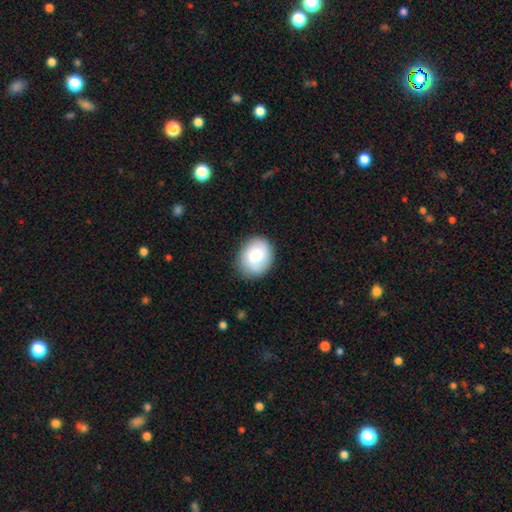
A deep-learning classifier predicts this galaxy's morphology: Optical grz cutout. It shows a smooth galaxy with no disk features (79%) that is round (51%). Merging: none (83%).